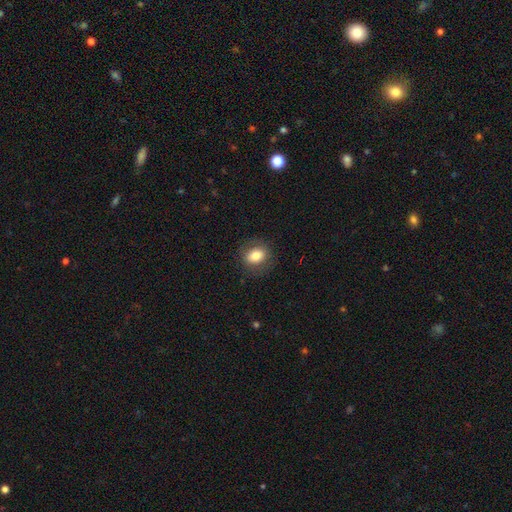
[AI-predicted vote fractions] Overall: smooth (78%). How rounded: in between (52%; round 47%). Merging: none (83%).